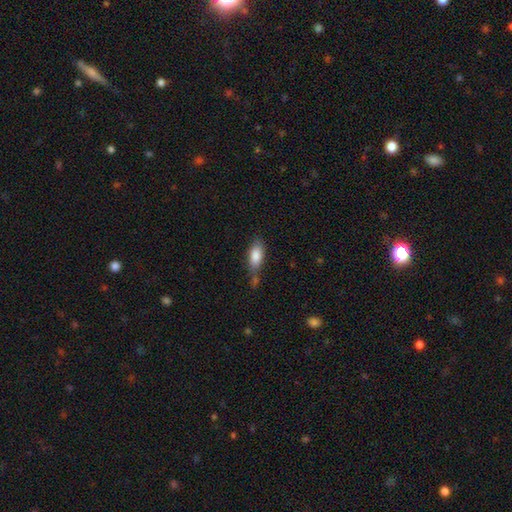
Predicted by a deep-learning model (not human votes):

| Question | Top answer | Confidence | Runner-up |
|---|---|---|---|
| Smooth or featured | smooth | 83% | featured or disk (10%) |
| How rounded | in between | 83% | cigar-shaped (14%) |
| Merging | none | 49% | minor disturbance (27%) |